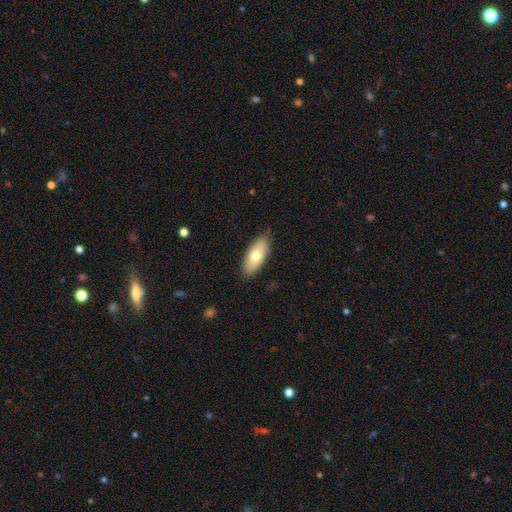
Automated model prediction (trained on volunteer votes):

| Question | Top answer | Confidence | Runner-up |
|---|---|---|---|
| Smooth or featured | smooth | 71% | featured or disk (22%) |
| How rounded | in between | 85% | cigar-shaped (12%) |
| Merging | none | 84% | minor disturbance (13%) |